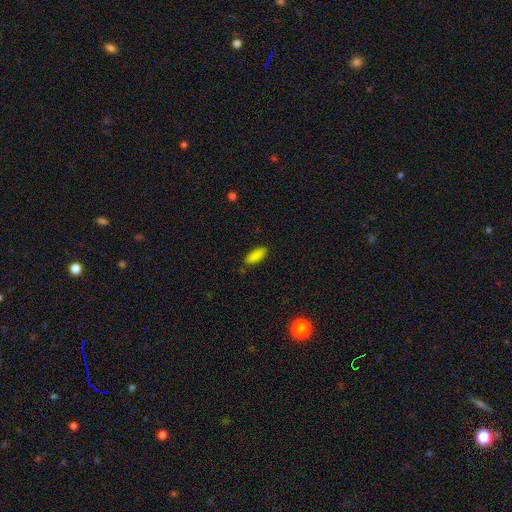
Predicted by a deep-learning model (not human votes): A smooth galaxy with no disk features (88%) that is in between round and cigar-shaped (78%).

Vote fractions:
- Smooth or featured? smooth: 88% / star or artifact: 8% / featured or disk: 4%
- How rounded? in between: 78% / cigar-shaped: 20% / round: 2%
- Merging? none: 85% / minor disturbance: 11% / major disturbance: 2% / merger: 1%